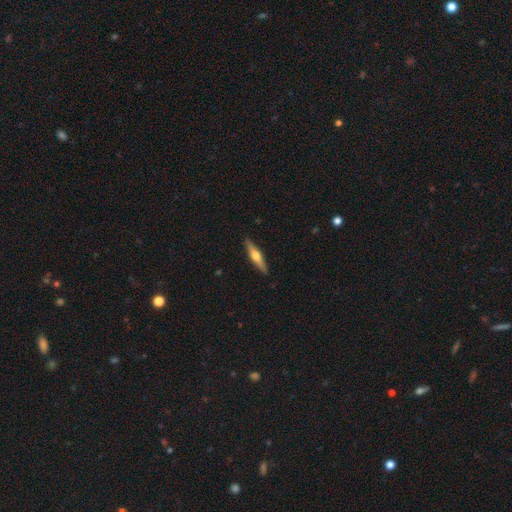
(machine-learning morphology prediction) This appears to be a featured or disk galaxy (56%) viewed edge-on (95%) with a rounded central bulge (92%). Merging: none (90%).